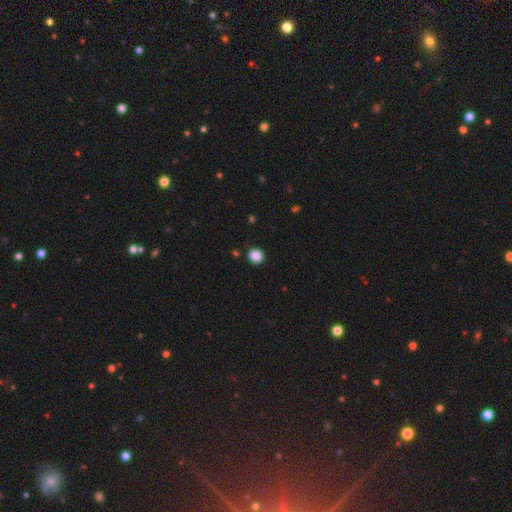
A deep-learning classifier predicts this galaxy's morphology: This appears to be a smooth galaxy with no disk features (88%) that is round (86%). Merging: none (91%).